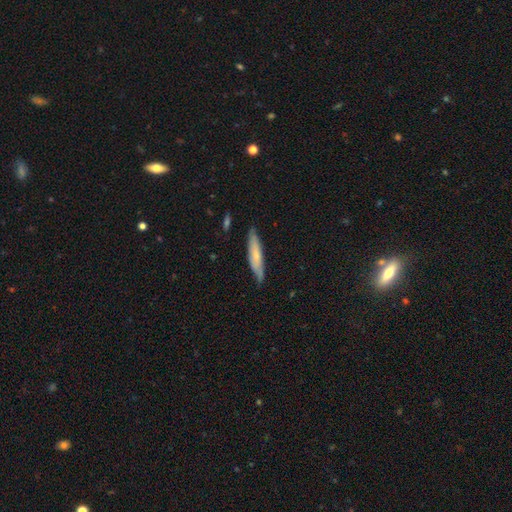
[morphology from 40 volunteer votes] smooth 55%, featured or disk 45%, star or artifact 0%. Down the decision tree: how rounded — cigar-shaped (82%); merging — none (68%).